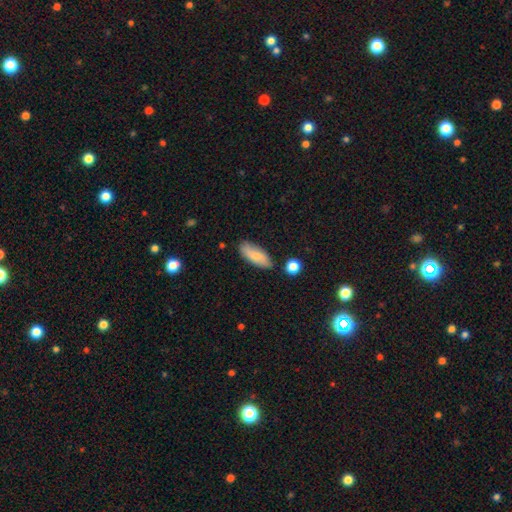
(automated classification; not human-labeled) smooth_or_featured: smooth (p=0.78) [alt: featured or disk p=0.15]
how_rounded: in between (p=0.79) [alt: cigar-shaped p=0.18]
merging: none (p=0.79) [alt: minor disturbance p=0.15]